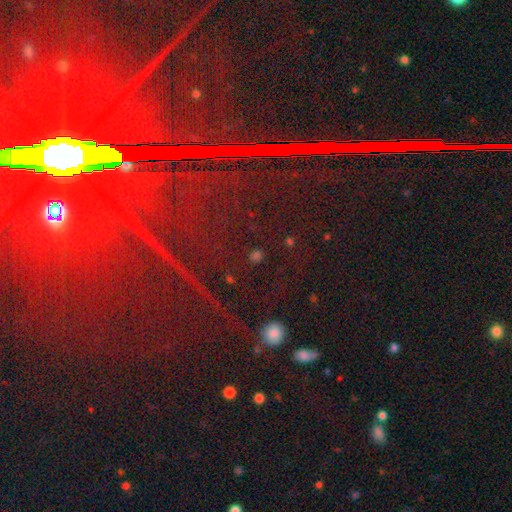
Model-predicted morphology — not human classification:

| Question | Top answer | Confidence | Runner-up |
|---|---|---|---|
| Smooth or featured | star or artifact | 67% | smooth (24%) |